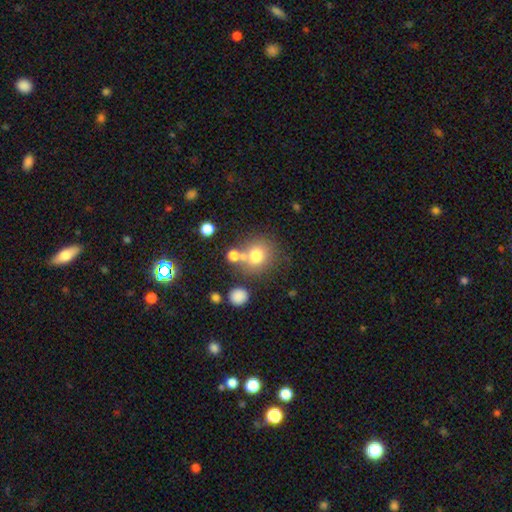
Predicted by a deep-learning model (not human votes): Q: Smooth or featured?
A: smooth (73%); runner-up: star or artifact (14%)
Q: How rounded?
A: round (83%); runner-up: in between (16%)
Q: Merging?
A: none (61%); runner-up: merger (23%)